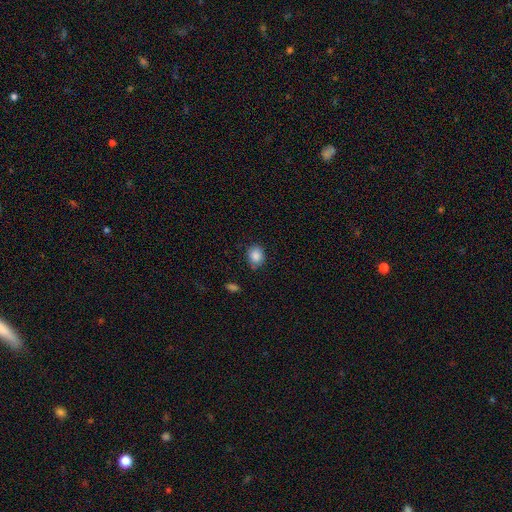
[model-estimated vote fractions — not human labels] Smooth or featured?
  - smooth: 87% *
  - star or artifact: 9%
  - featured or disk: 5%
How rounded?
  - round: 58% *
  - in between: 41%
  - cigar-shaped: 1%
Merging?
  - none: 79% *
  - minor disturbance: 16%
  - major disturbance: 3%
  - merger: 2%